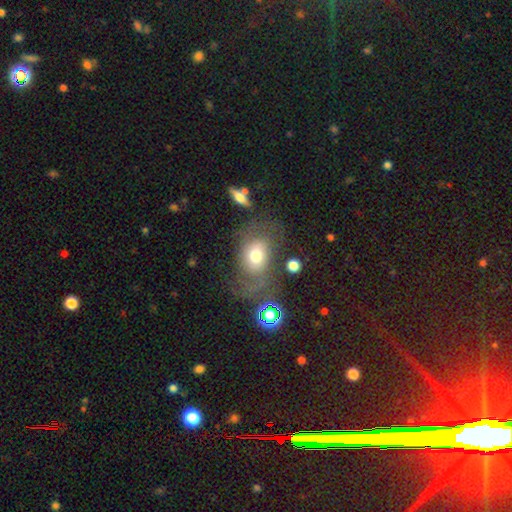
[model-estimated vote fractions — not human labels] smooth_or_featured: featured or disk (p=0.46) [alt: smooth p=0.43]
merging: none (p=0.46) [alt: major disturbance p=0.27]